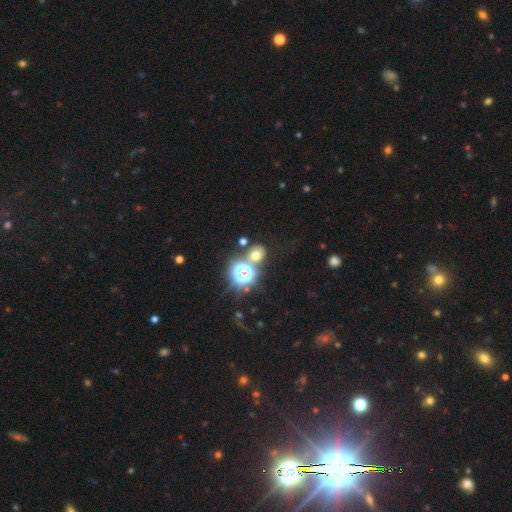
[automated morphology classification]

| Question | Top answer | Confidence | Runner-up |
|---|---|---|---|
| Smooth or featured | smooth | 59% | star or artifact (31%) |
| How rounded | round | 77% | in between (22%) |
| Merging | none | 69% | merger (18%) |